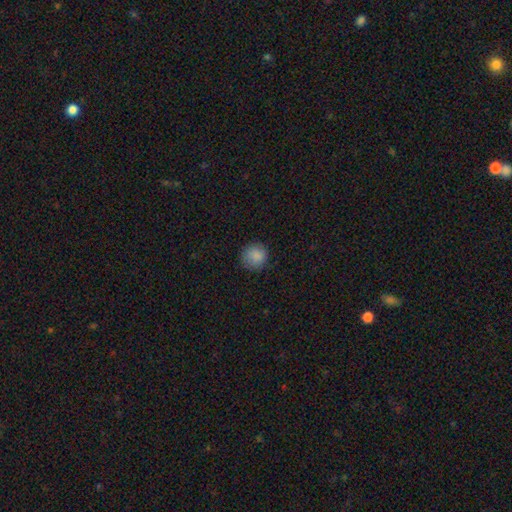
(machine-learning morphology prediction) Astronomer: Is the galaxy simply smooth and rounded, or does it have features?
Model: smooth — 87%.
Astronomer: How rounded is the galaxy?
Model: round — 92%.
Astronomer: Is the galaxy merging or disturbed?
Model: none — 84%.